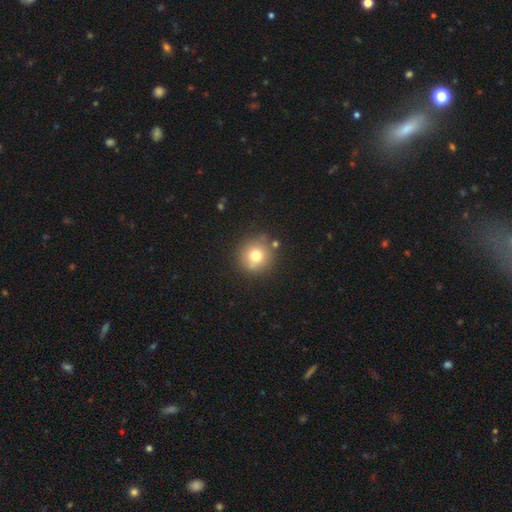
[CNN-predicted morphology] This is likely a smooth galaxy (74%). How rounded: clearly round (93%). Merging: likely none (79%).